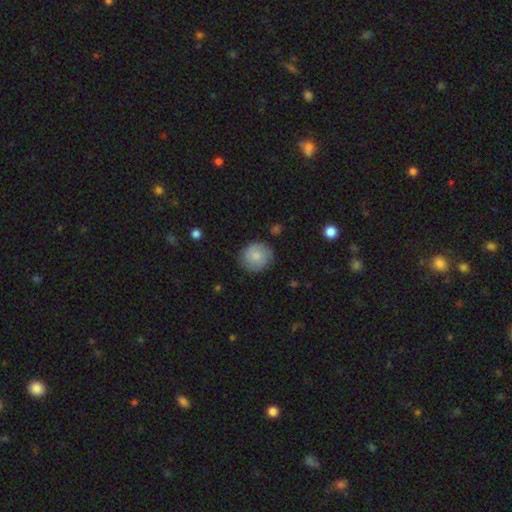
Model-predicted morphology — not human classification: smooth-or-featured: smooth: 75% | featured or disk: 18% | star or artifact: 7%
  how-rounded: round: 89% | in between: 10% | cigar-shaped: 1%
  merging: none: 81% | minor disturbance: 15% | major disturbance: 3% | merger: 1%